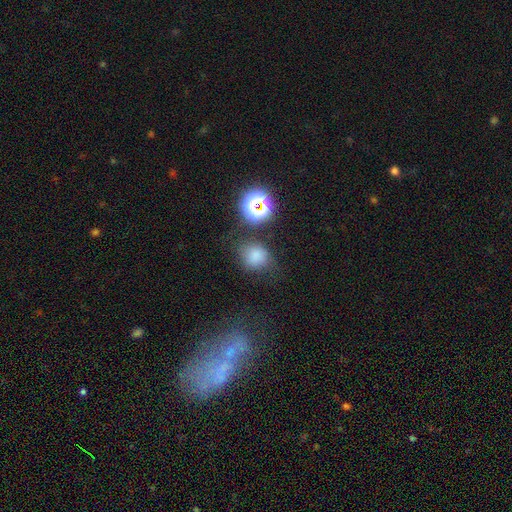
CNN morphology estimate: smooth-or-featured: smooth: 75% | star or artifact: 18% | featured or disk: 7%
  how-rounded: round: 75% | in between: 24% | cigar-shaped: 1%
  merging: none: 67% | minor disturbance: 18% | major disturbance: 9% | merger: 7%